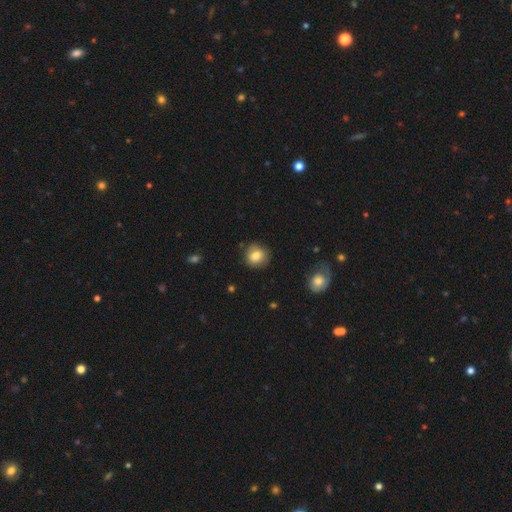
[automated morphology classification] Smooth or featured?
  - smooth: 78% *
  - featured or disk: 13%
  - star or artifact: 9%
How rounded?
  - round: 84% *
  - in between: 15%
  - cigar-shaped: 1%
Merging?
  - none: 82% *
  - minor disturbance: 13%
  - major disturbance: 3%
  - merger: 2%